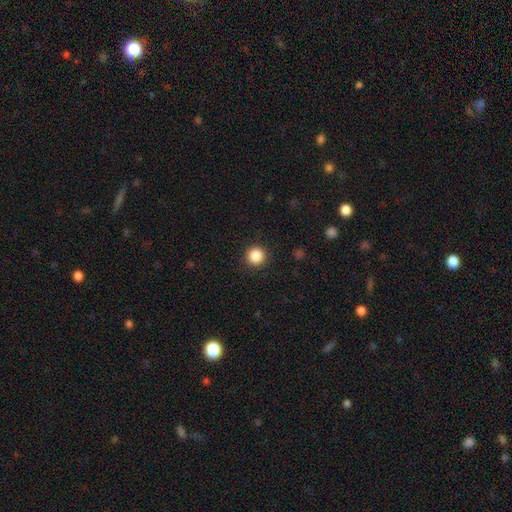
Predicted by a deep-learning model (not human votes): A smooth galaxy with no disk features (87%) that is round (95%). Merging: none (92%).